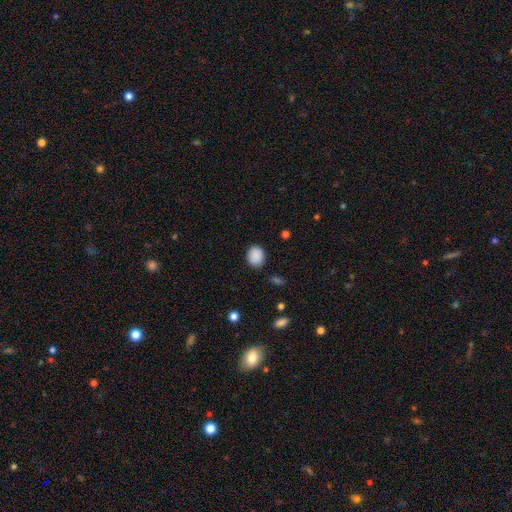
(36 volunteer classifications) Morphology: type=smooth (94%); roundness=round (68%); merging=none (86%).